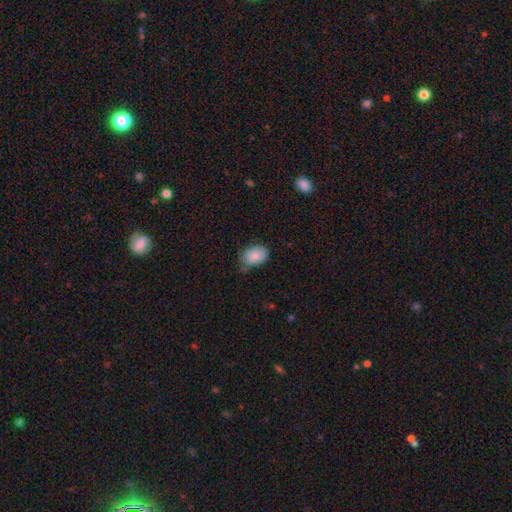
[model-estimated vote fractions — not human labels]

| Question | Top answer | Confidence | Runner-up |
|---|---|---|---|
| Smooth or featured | smooth | 87% | star or artifact (7%) |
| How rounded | in between | 81% | round (18%) |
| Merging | none | 66% | minor disturbance (26%) |